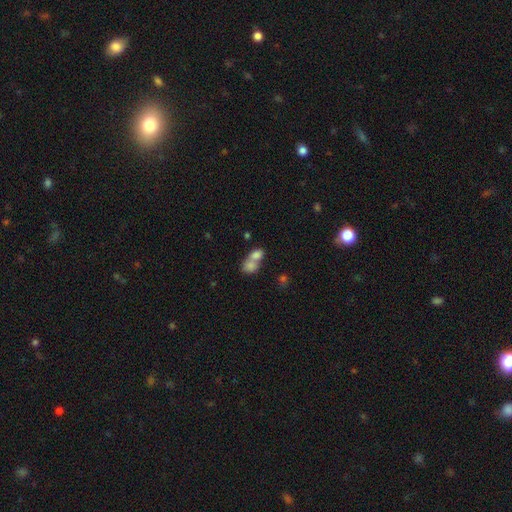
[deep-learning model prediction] This is likely a smooth galaxy (79%). How rounded: likely in between (66%). Merging: likely merger (72%).